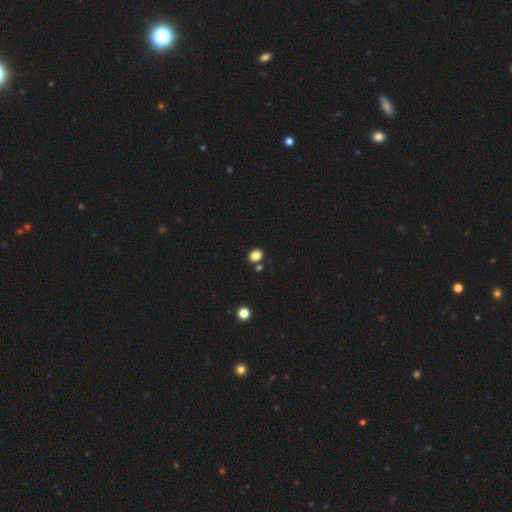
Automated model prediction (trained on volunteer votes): Smooth or featured: smooth — 83% (star or artifact — 12%)
How rounded: round — 50% (in between — 49%)
Merging: none — 78% (merger — 10%)